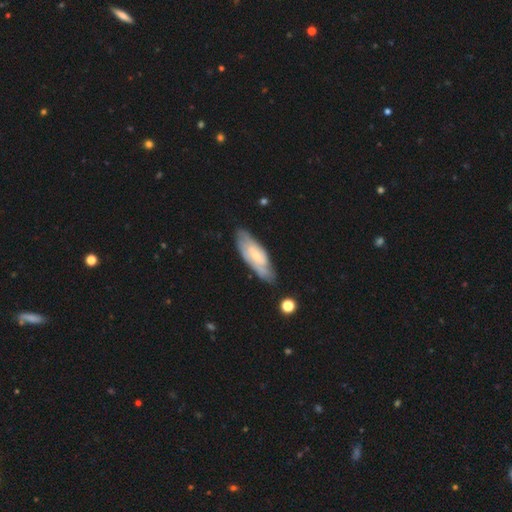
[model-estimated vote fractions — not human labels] A featured or disk galaxy (59%).

Vote fractions:
- Smooth or featured? featured or disk: 59% / smooth: 36% / star or artifact: 6%
- Edge-on disk? no: 83% / yes: 17%
- Merging? none: 71% / minor disturbance: 21% / major disturbance: 5% / merger: 2%